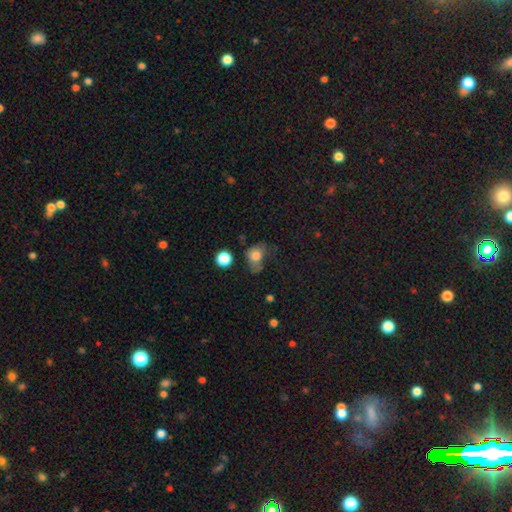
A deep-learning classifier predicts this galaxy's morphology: Smooth or featured: smooth — 74% (featured or disk — 14%)
How rounded: in between — 50% (round — 49%)
Merging: none — 38% (minor disturbance — 32%)